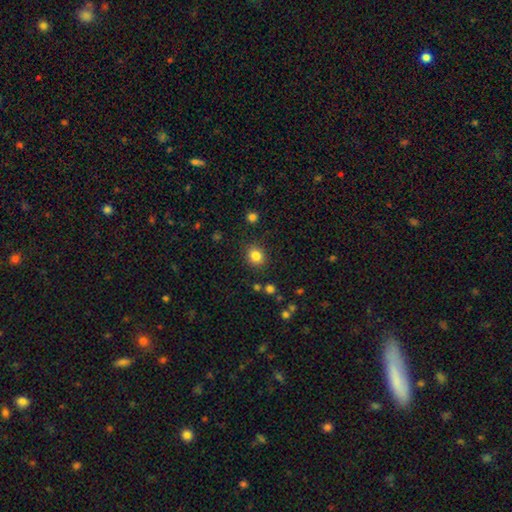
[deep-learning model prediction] Smooth or featured?
  - smooth: 83% *
  - star or artifact: 11%
  - featured or disk: 6%
How rounded?
  - round: 76% *
  - in between: 23%
  - cigar-shaped: 1%
Merging?
  - none: 86% *
  - minor disturbance: 9%
  - major disturbance: 3%
  - merger: 2%